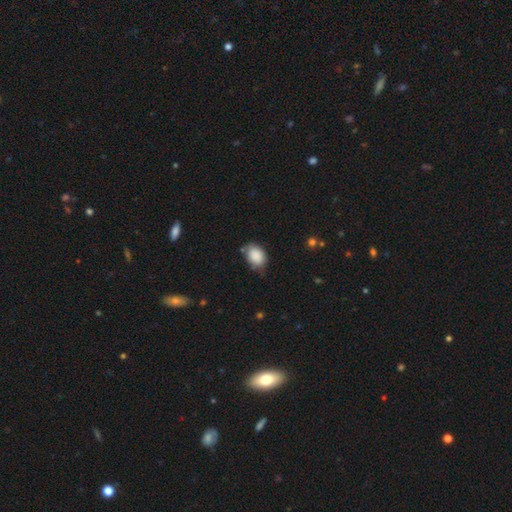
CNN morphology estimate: Q: Smooth or featured?
A: smooth (87%); runner-up: star or artifact (7%)
Q: How rounded?
A: in between (74%); runner-up: round (25%)
Q: Merging?
A: none (66%); runner-up: minor disturbance (25%)